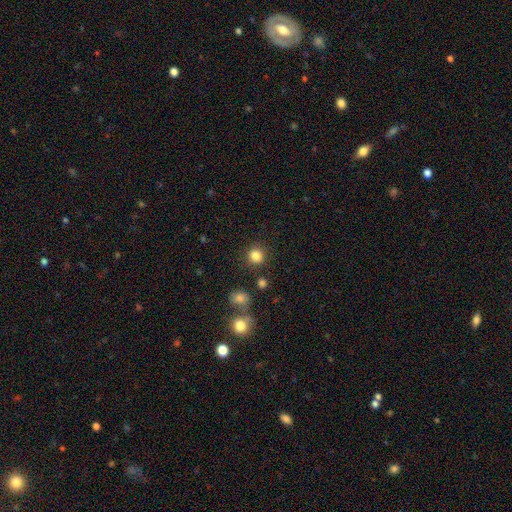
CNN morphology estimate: smooth 84%, star or artifact 12%, featured or disk 4%. Down the decision tree: how rounded — round (89%); merging — none (87%).